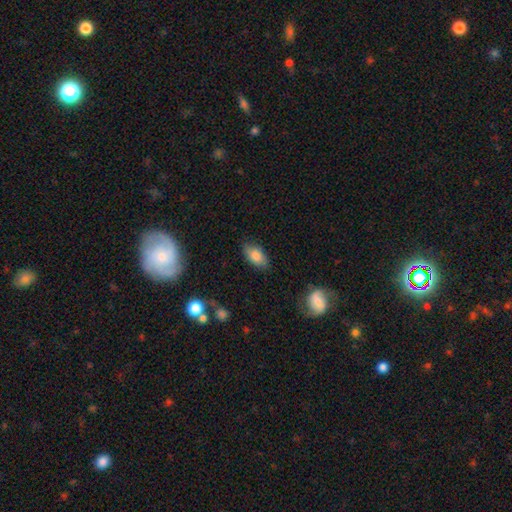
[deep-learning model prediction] smooth 82%, featured or disk 11%, star or artifact 7%. Down the decision tree: how rounded — in between (91%); merging — none (78%).